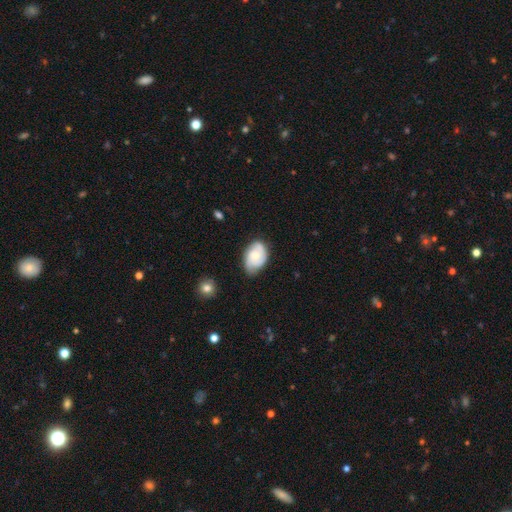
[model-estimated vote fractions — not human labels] A featured or disk galaxy (58%) with no bar (74%), spiral arms (86%) and a moderate central bulge (50%). Merging: none (61%).